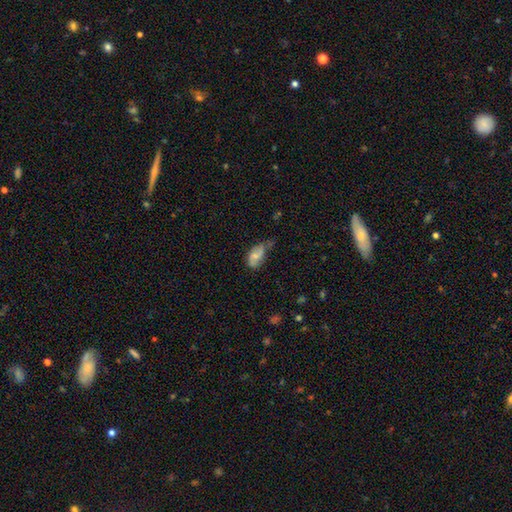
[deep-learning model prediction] The model was most divided on "merging": minor disturbance: 42%, none: 35%, major disturbance: 17%, merger: 6%. More confident: how rounded — in between (90%); smooth or featured — smooth (56%).